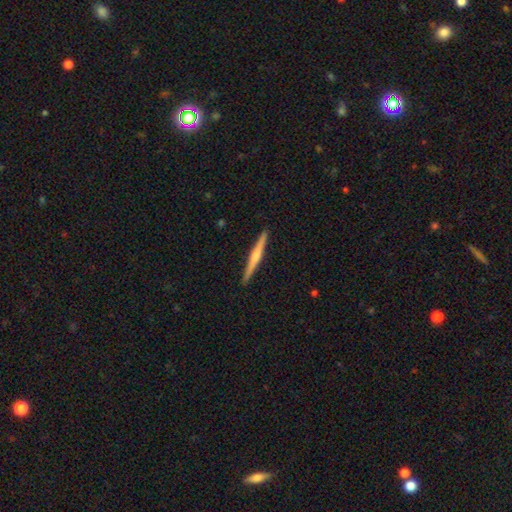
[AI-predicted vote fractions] Smooth or featured: featured or disk — 65% (smooth — 30%)
Edge-on disk: yes — 98% (no — 2%)
Edge-on bulge: rounded — 78% (none — 16%)
Merging: none — 92% (minor disturbance — 6%)